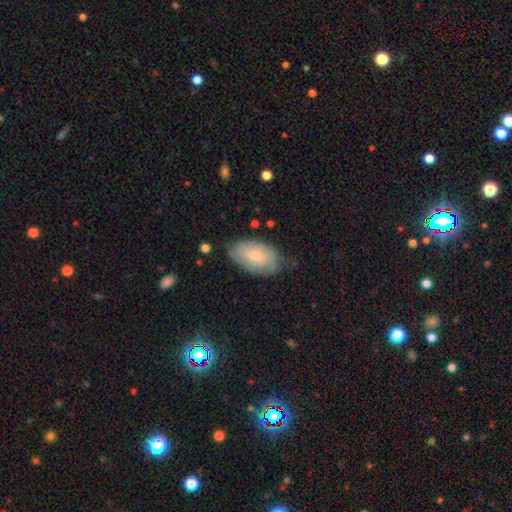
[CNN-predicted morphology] smooth-or-featured: smooth: 61% | featured or disk: 33% | star or artifact: 6%
  how-rounded: in between: 93% | round: 5% | cigar-shaped: 2%
  merging: none: 66% | minor disturbance: 27% | major disturbance: 6% | merger: 2%